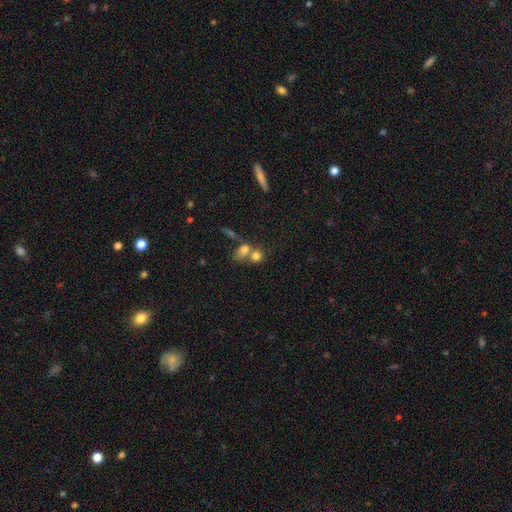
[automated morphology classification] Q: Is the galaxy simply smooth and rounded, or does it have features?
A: smooth — 76%.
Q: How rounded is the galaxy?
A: round — 63%.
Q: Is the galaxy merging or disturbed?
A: merger — 56%.